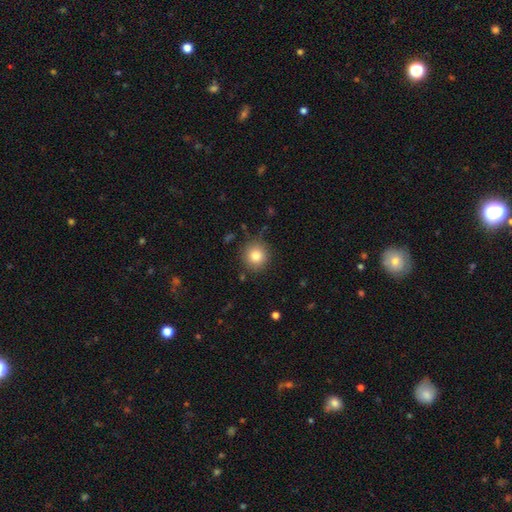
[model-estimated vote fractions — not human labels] smooth-or-featured: smooth: 82% | star or artifact: 10% | featured or disk: 8%
  how-rounded: round: 93% | in between: 6% | cigar-shaped: 1%
  merging: none: 86% | minor disturbance: 10% | major disturbance: 3% | merger: 2%